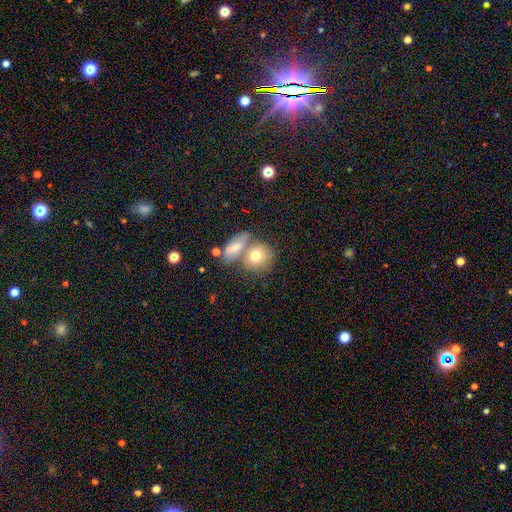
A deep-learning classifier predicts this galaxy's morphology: smooth-or-featured: smooth: 73% | featured or disk: 18% | star or artifact: 8%
  how-rounded: round: 70% | in between: 28% | cigar-shaped: 2%
  merging: merger: 43% | none: 42% | minor disturbance: 10% | major disturbance: 5%